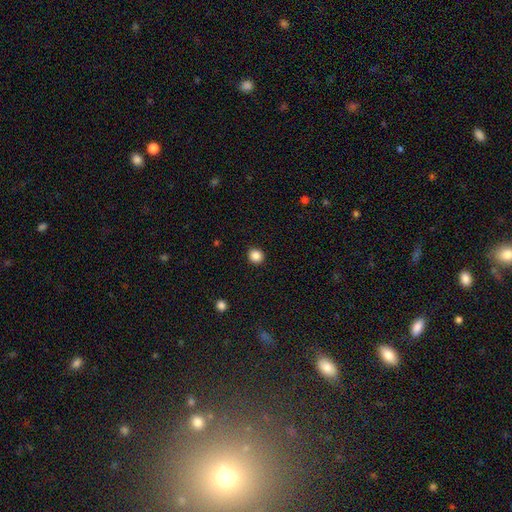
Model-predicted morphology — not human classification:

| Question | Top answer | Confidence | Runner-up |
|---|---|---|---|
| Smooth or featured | smooth | 87% | star or artifact (11%) |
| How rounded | round | 88% | in between (11%) |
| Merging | none | 92% | minor disturbance (5%) |